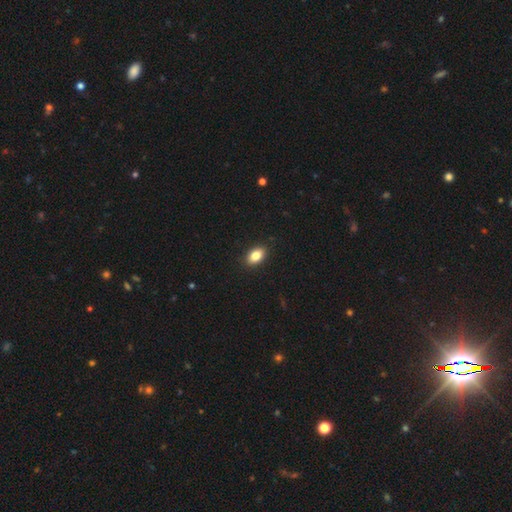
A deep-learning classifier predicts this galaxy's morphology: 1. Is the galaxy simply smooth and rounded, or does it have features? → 84% smooth, 8% featured or disk, 8% star or artifact.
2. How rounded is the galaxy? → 89% in between, 9% round, 2% cigar-shaped.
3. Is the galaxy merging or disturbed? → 90% none, 7% minor disturbance, 2% major disturbance, 1% merger.